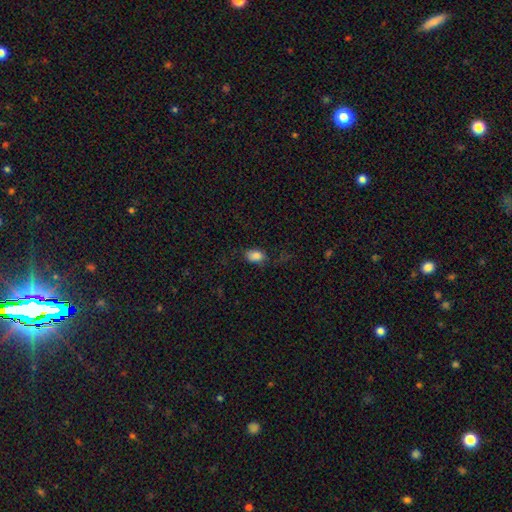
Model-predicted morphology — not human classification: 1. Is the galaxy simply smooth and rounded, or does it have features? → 83% smooth, 11% star or artifact, 6% featured or disk.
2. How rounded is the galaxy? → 87% in between, 12% round, 2% cigar-shaped.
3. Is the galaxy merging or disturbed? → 67% none, 20% minor disturbance, 11% major disturbance, 2% merger.